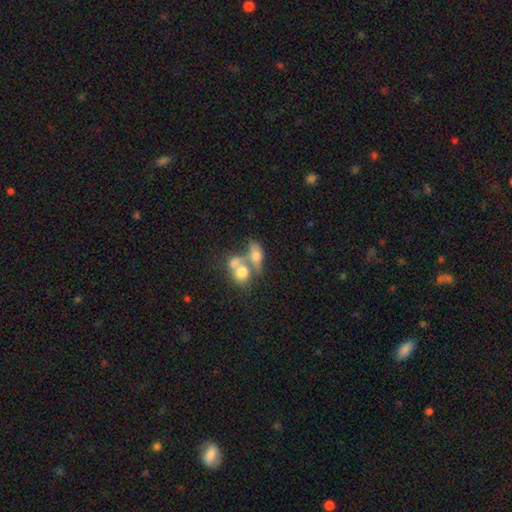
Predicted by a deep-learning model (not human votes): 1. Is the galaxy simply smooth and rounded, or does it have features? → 61% smooth, 28% featured or disk, 11% star or artifact.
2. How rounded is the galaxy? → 63% in between, 31% round, 6% cigar-shaped.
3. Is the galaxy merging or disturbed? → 59% merger, 23% none, 9% major disturbance, 9% minor disturbance.